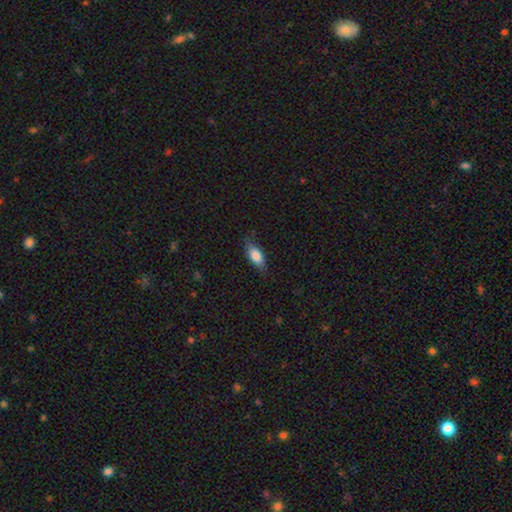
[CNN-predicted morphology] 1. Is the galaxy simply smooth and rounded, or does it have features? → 77% smooth, 16% featured or disk, 7% star or artifact.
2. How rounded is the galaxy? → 81% in between, 16% cigar-shaped, 3% round.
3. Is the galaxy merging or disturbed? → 77% none, 18% minor disturbance, 4% major disturbance, 1% merger.